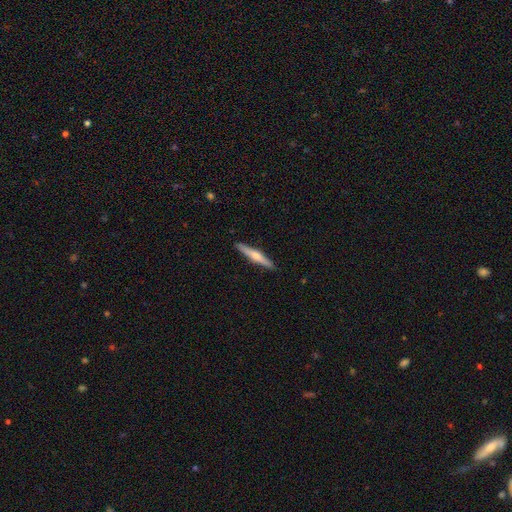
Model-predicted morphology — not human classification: The model was most divided on "smooth or featured": featured or disk: 50%, smooth: 44%, star or artifact: 5%. More confident: edge-on disk — yes (97%); merging — none (91%).